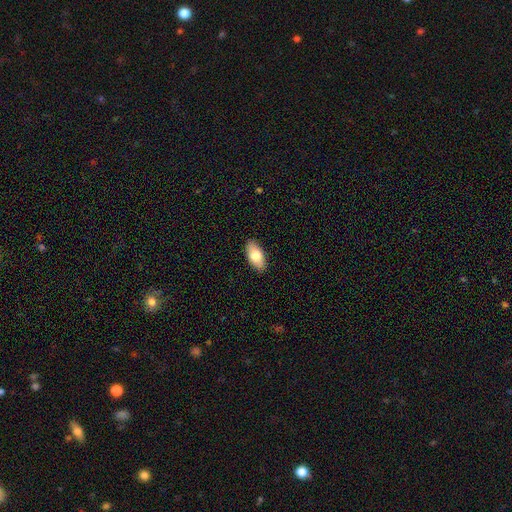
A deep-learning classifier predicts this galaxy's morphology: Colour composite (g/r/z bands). It shows a smooth galaxy with no disk features (79%) that is in between round and cigar-shaped (93%). Merging: none (89%).